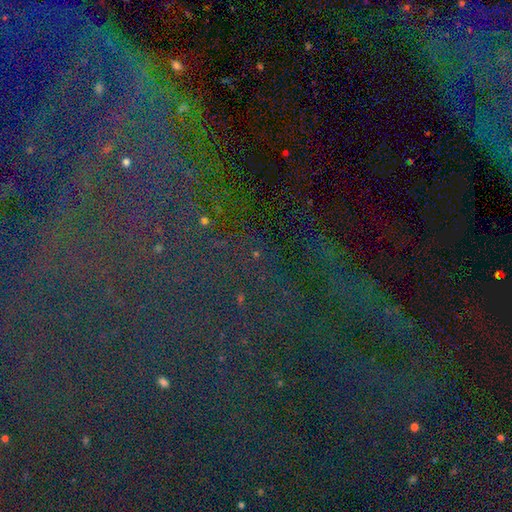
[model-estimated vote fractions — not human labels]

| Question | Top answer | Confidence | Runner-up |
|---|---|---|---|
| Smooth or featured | star or artifact | 81% | featured or disk (9%) |